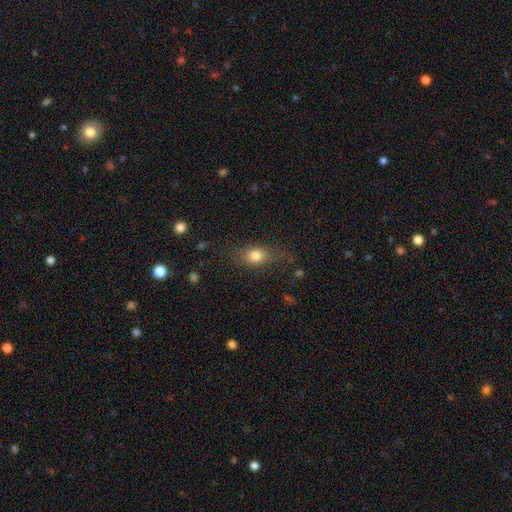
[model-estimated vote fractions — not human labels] The model was most divided on "how rounded": in between: 69%, round: 25%, cigar-shaped: 7%. More confident: smooth or featured — smooth (78%); merging — none (69%).